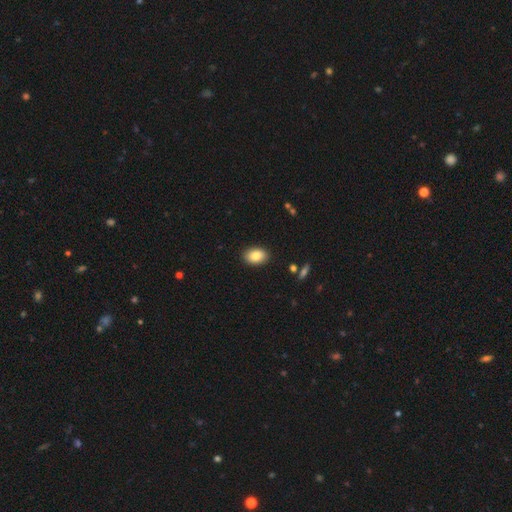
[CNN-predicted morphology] Overall: smooth (85%). How rounded: in between (85%). Merging: none (89%).